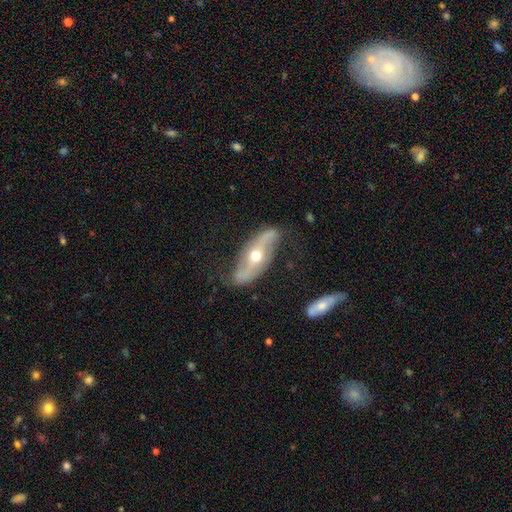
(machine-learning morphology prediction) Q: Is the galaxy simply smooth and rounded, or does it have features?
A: featured or disk — 78%.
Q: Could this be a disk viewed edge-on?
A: no — 84%.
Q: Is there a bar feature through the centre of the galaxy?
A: no — 48%.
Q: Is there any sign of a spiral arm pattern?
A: yes — 84%.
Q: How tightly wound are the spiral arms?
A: loose — 67%.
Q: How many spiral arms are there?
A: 2 — 90%.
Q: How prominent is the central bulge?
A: moderate — 75%.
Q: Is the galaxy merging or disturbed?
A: none — 71%.